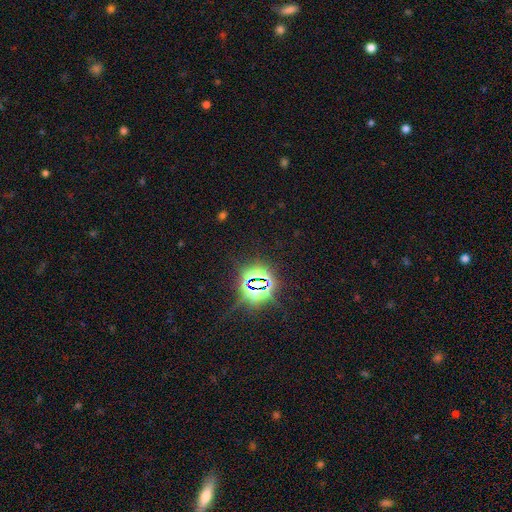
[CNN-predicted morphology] star or artifact 82%, smooth 11%, featured or disk 7%.